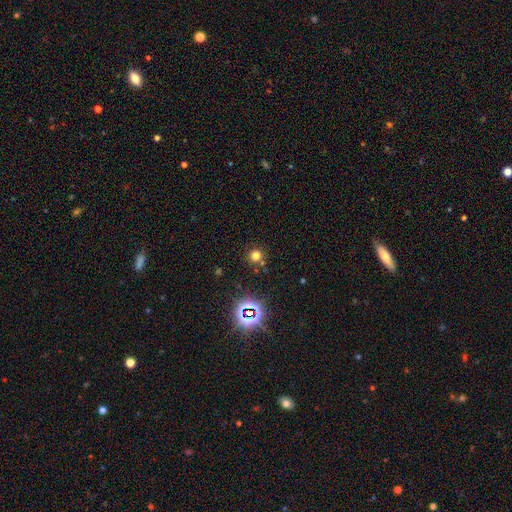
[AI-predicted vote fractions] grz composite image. It shows a smooth galaxy with no disk features (69%) that is round (93%). Merging: none (84%).